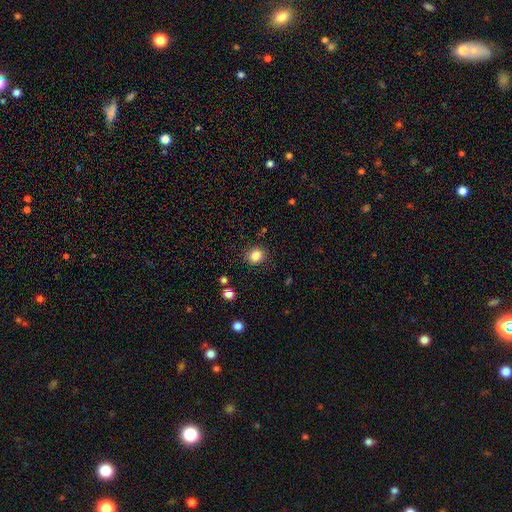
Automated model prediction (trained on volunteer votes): Morphology: type=smooth (83%); roundness=round (79%); merging=none (88%).